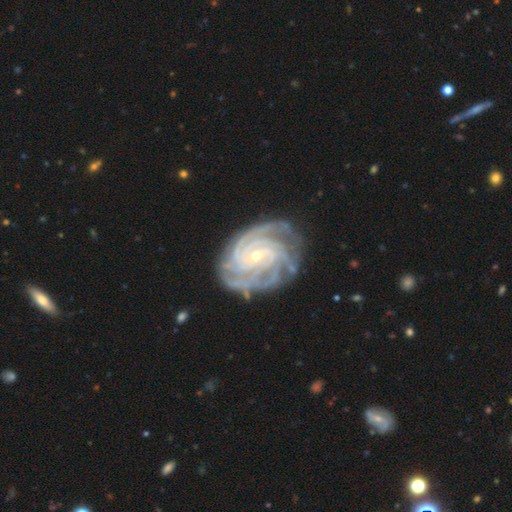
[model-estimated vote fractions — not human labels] smooth-or-featured: featured or disk: 92% | star or artifact: 5% | smooth: 3%
  disk-edge-on: no: 98% | yes: 2%
    bar: no: 49% | weak: 36% | strong: 15%
    has-spiral-arms: yes: 99% | no: 1%
      spiral-winding: tight: 78% | medium: 20% | loose: 2%
      spiral-arm-count: 4: 34% | 3: 21% | can't tell: 14% | more than 4: 13% | 2: 11% | 1: 7%
    bulge-size: small: 79% | moderate: 18% | none: 1% | large: 1% | dominant: 1%
  merging: none: 76% | minor disturbance: 17% | major disturbance: 5% | merger: 2%